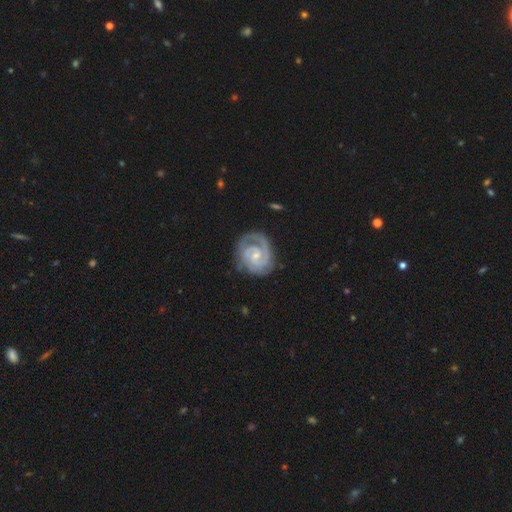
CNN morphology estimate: Smooth or featured: featured or disk — 91% (smooth — 6%)
Edge-on disk: no — 98% (yes — 2%)
Bar: no — 53% (weak — 39%)
Spiral arms: yes — 98% (no — 2%)
Spiral winding: tight — 71% (medium — 26%)
Spiral arm count: 2 — 70% (3 — 12%)
Bulge size: small — 62% (moderate — 32%)
Merging: none — 74% (minor disturbance — 18%)